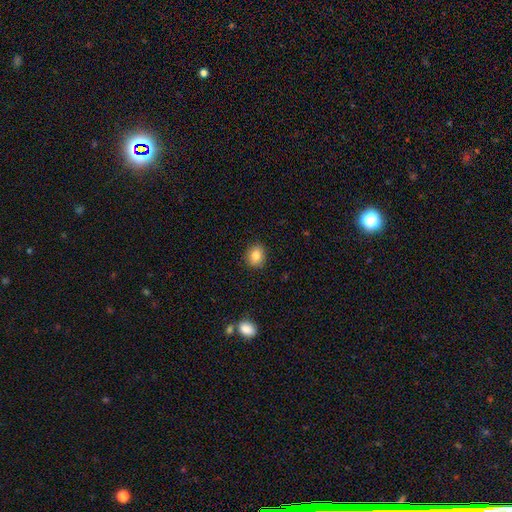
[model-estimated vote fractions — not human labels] smooth 83%, star or artifact 10%, featured or disk 7%. Down the decision tree: how rounded — round (64%); merging — none (88%).